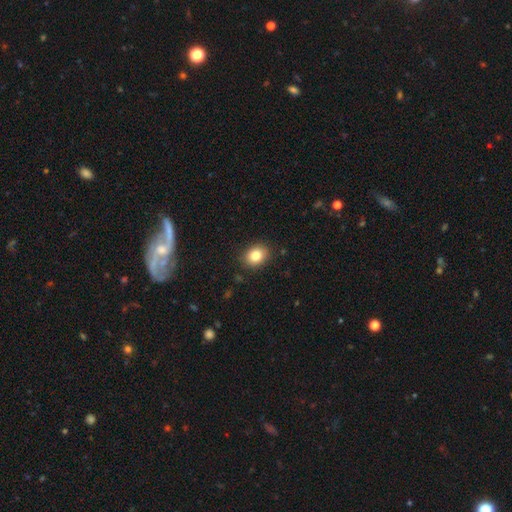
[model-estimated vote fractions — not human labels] Morphology: type=smooth (82%); roundness=in between (51%); merging=none (87%).